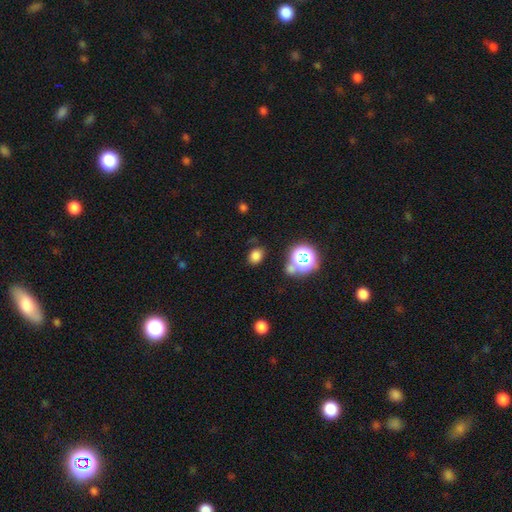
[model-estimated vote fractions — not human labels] A smooth galaxy with no disk features (75%) that is in between round and cigar-shaped (60%).

Vote fractions:
- Smooth or featured? smooth: 75% / star or artifact: 19% / featured or disk: 6%
- How rounded? in between: 60% / round: 39% / cigar-shaped: 1%
- Merging? none: 78% / minor disturbance: 13% / major disturbance: 4% / merger: 4%